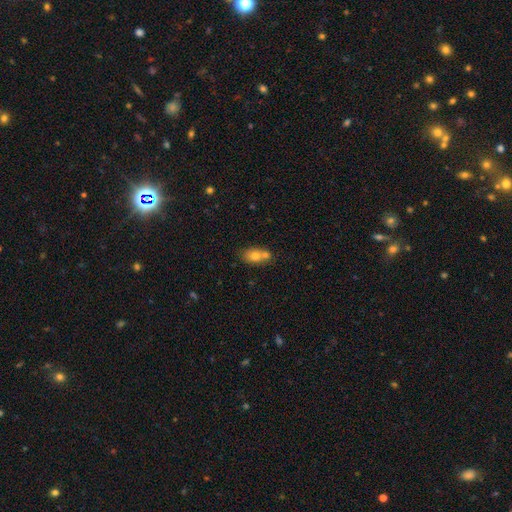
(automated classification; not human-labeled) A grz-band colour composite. It shows a smooth galaxy with no disk features (72%) that is in between round and cigar-shaped (71%). Merging: merger (47%).